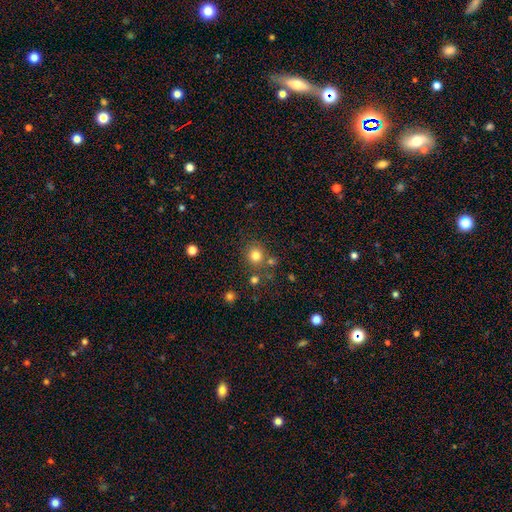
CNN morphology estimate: A smooth galaxy with no disk features (79%) that is round (88%). Merging: none (75%).